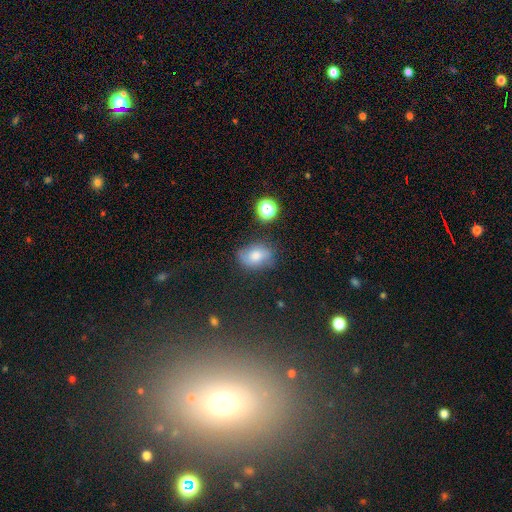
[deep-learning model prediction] Q: Smooth or featured?
A: smooth (65%); runner-up: featured or disk (21%)
Q: How rounded?
A: in between (74%); runner-up: round (25%)
Q: Merging?
A: none (66%); runner-up: minor disturbance (24%)